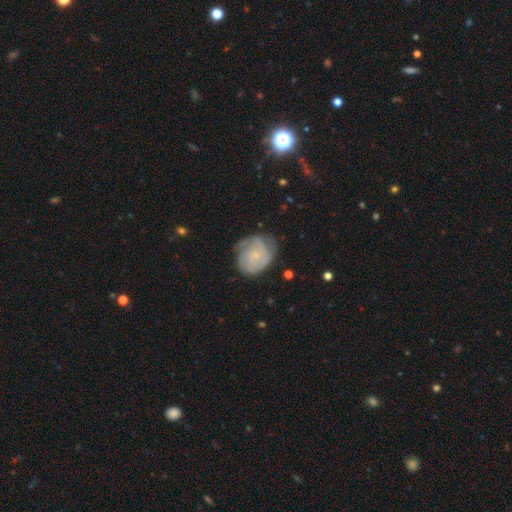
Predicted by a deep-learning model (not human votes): Morphology: type=featured or disk (62%); edge-on=no (98%); bar=no (74%); spiral arms=yes (88%); winding=tight (54%); arm count=can't tell (37%); bulge=small (75%); merging=none (61%).